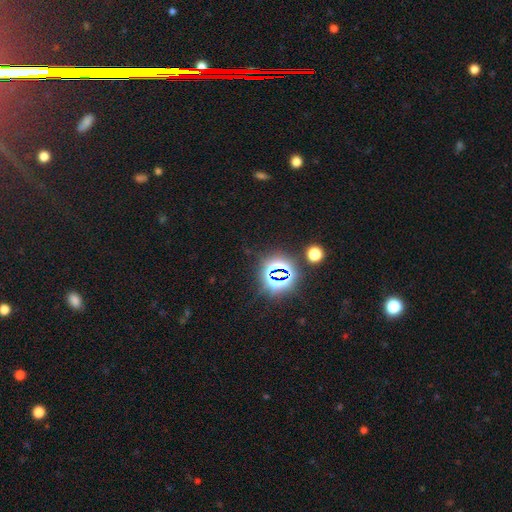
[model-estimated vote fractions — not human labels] Smooth or featured? star or artifact (80%)